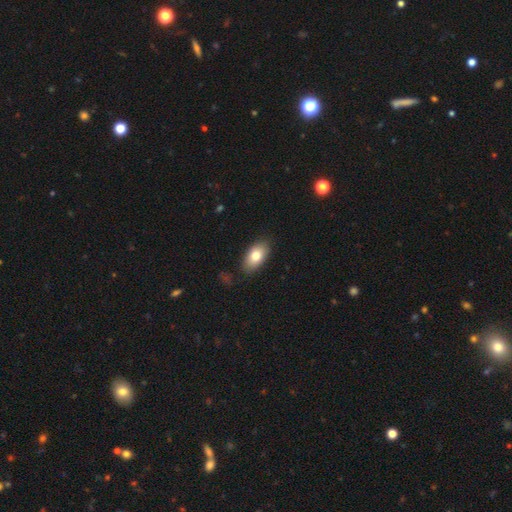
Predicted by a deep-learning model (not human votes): This is likely a smooth galaxy (80%). How rounded: clearly in between (93%). Merging: clearly none (85%).